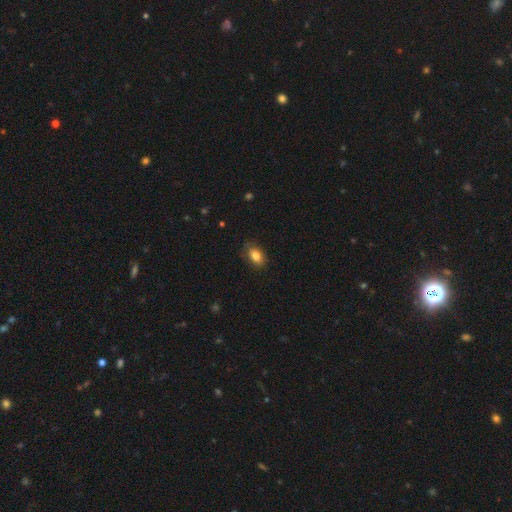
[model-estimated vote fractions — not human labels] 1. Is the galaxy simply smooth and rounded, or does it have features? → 83% smooth, 9% featured or disk, 8% star or artifact.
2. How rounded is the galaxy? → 87% in between, 12% round, 2% cigar-shaped.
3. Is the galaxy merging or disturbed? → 80% none, 16% minor disturbance, 3% major disturbance, 1% merger.